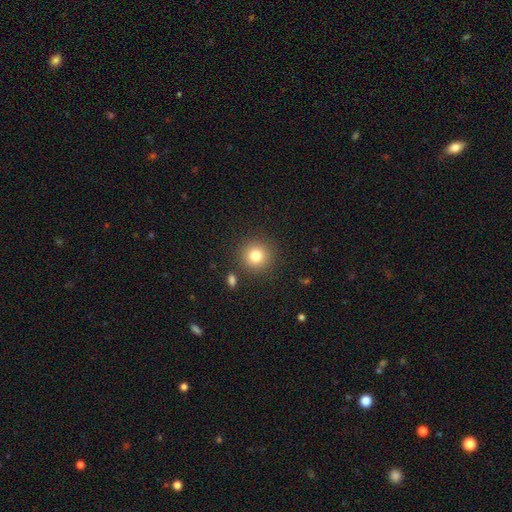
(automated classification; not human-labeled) Smooth or featured? Predicted: smooth (p=0.80). How rounded? Predicted: round (p=0.94). Merging? Predicted: none (p=0.88).